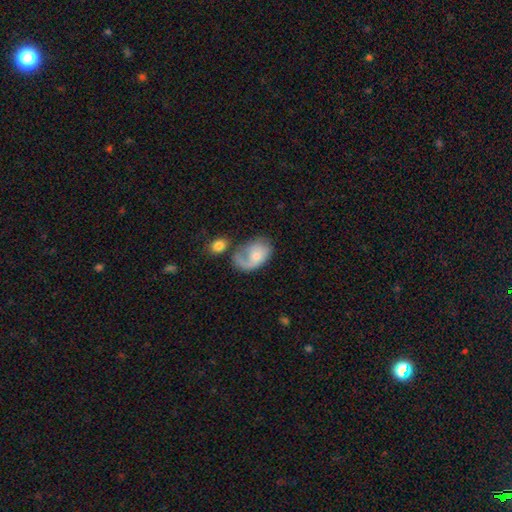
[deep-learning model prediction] Smooth or featured?
  - featured or disk: 50% *
  - smooth: 43%
  - star or artifact: 7%
Merging?
  - none: 32% *
  - major disturbance: 31%
  - minor disturbance: 22%
  - merger: 15%